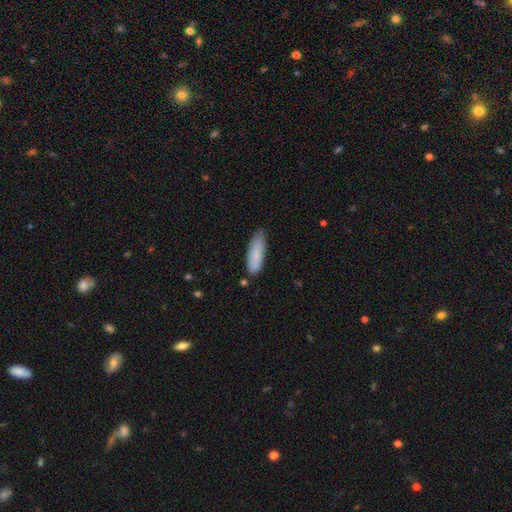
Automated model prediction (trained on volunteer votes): smooth-or-featured: smooth: 82% | featured or disk: 12% | star or artifact: 6%
  how-rounded: cigar-shaped: 50% | in between: 49% | round: 2%
  merging: none: 72% | minor disturbance: 22% | major disturbance: 4% | merger: 3%